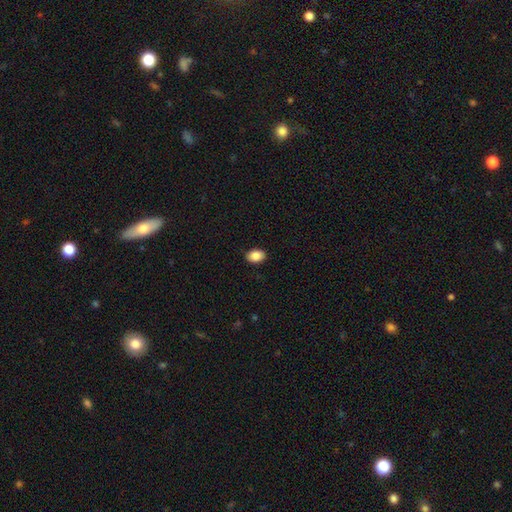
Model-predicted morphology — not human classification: This is clearly a smooth galaxy (88%). How rounded: likely in between (78%). Merging: clearly none (89%).